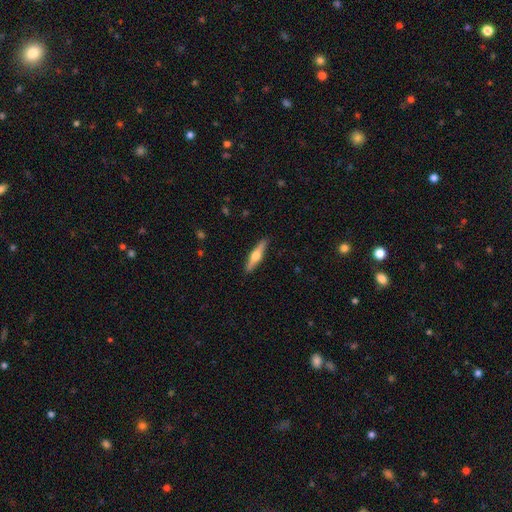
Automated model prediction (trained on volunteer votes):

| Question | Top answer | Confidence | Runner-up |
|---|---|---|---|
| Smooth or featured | featured or disk | 57% | smooth (38%) |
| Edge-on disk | yes | 96% | no (4%) |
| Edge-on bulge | rounded | 94% | boxy (3%) |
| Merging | none | 91% | minor disturbance (7%) |